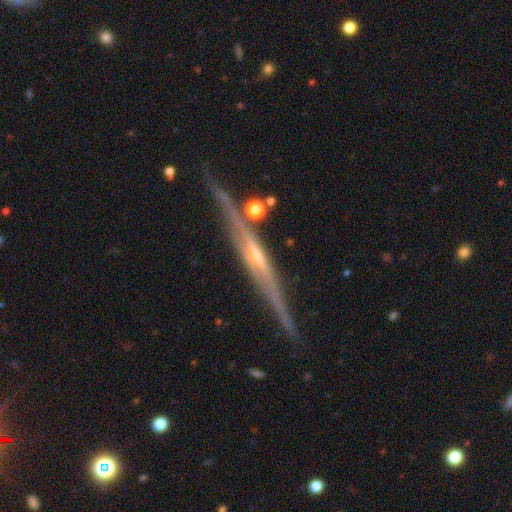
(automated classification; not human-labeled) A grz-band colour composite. It shows a featured or disk galaxy (86%) viewed edge-on (97%) with a rounded central bulge (57%). Merging: none (80%).